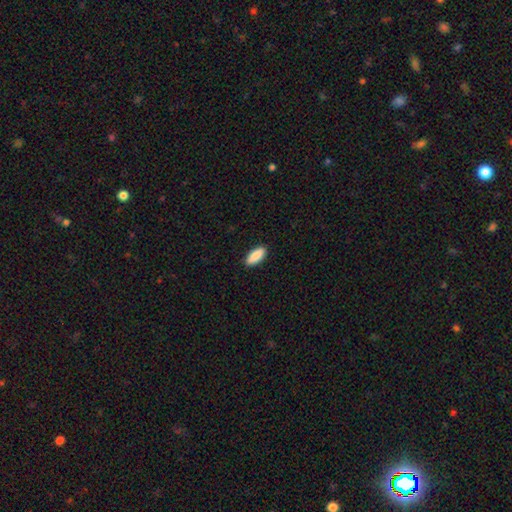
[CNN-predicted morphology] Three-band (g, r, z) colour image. It shows a smooth galaxy with no disk features (87%) that is in between round and cigar-shaped (75%). Merging: none (90%).